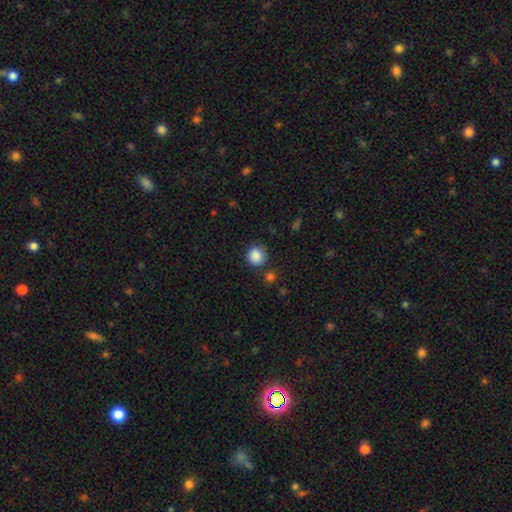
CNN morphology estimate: smooth 87%, star or artifact 9%, featured or disk 4%. Down the decision tree: how rounded — round (89%); merging — none (75%).